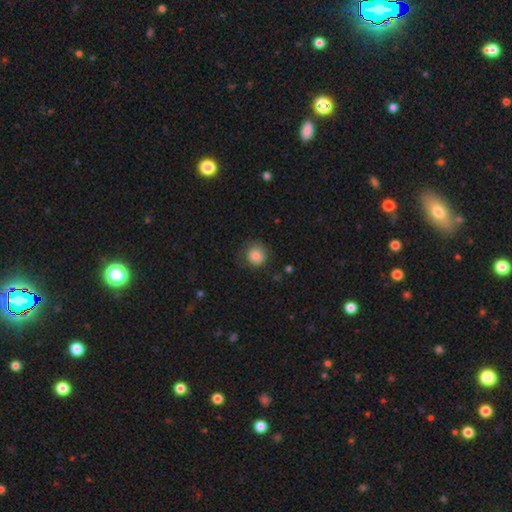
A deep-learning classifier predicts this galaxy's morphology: Smooth or featured? Predicted: smooth (p=0.85). How rounded? Predicted: round (p=0.90). Merging? Predicted: none (p=0.70).